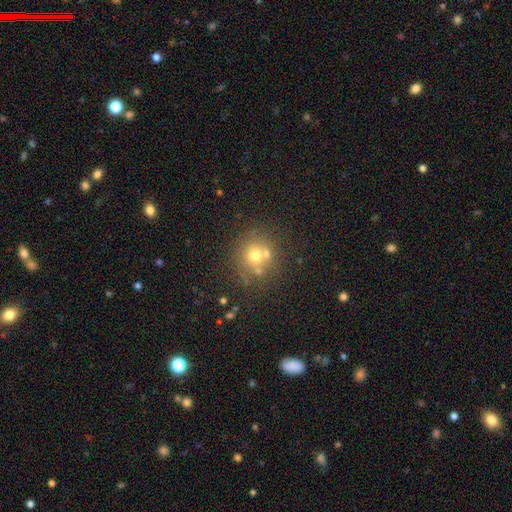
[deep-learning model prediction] This is likely a smooth galaxy (64%). How rounded: clearly round (87%). Merging: possibly none (60%).